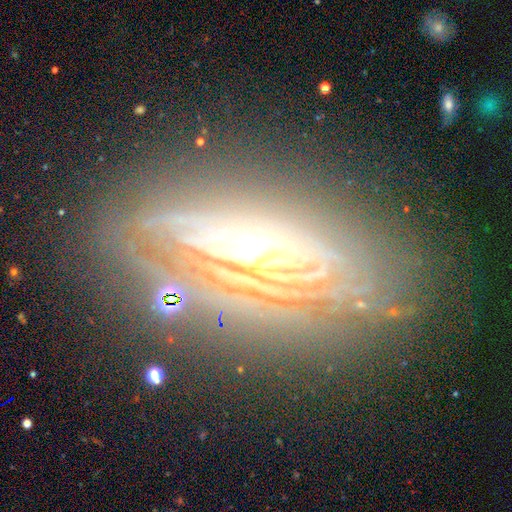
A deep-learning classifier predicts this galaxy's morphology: smooth-or-featured: featured or disk: 74% | smooth: 15% | star or artifact: 11%
  disk-edge-on: yes: 54% | no: 46%
  merging: none: 74% | minor disturbance: 15% | major disturbance: 7% | merger: 3%